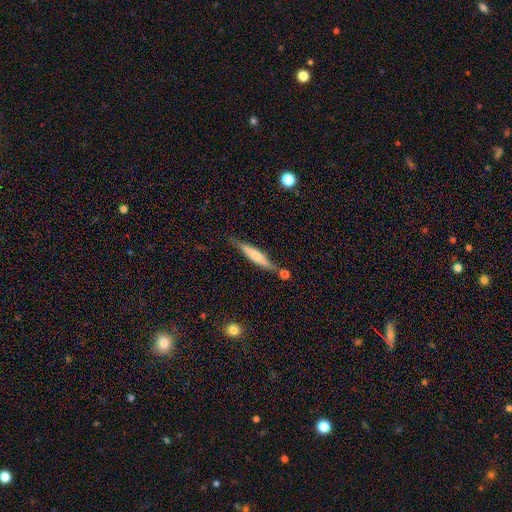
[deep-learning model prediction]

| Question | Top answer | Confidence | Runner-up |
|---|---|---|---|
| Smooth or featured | smooth | 52% | featured or disk (42%) |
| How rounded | cigar-shaped | 86% | in between (12%) |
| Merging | none | 62% | minor disturbance (20%) |